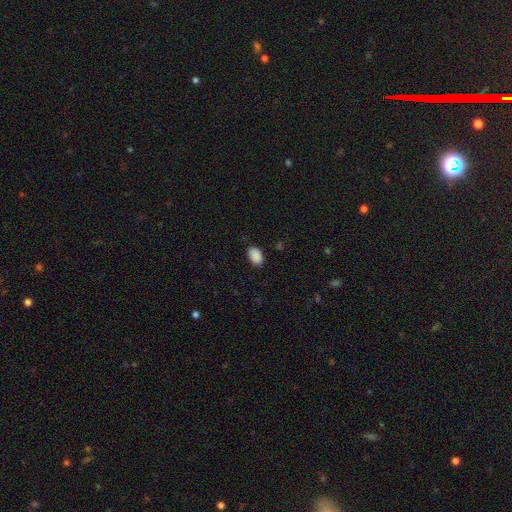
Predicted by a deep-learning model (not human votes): Q: Smooth or featured?
A: smooth (90%); runner-up: star or artifact (7%)
Q: How rounded?
A: in between (90%); runner-up: round (9%)
Q: Merging?
A: none (84%); runner-up: minor disturbance (12%)